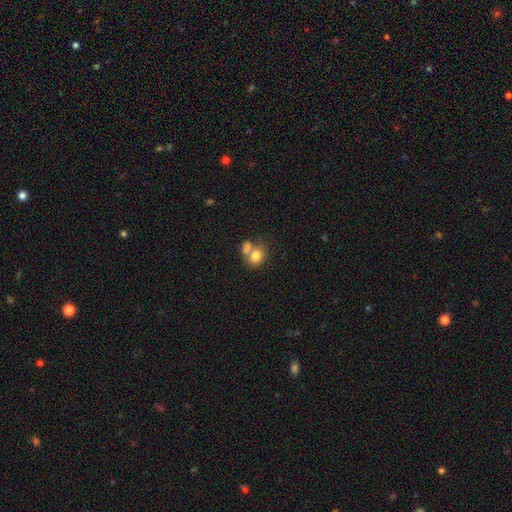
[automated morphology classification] This appears to be a smooth galaxy with no disk features (77%) that is round (53%). Merging: merger (48%).